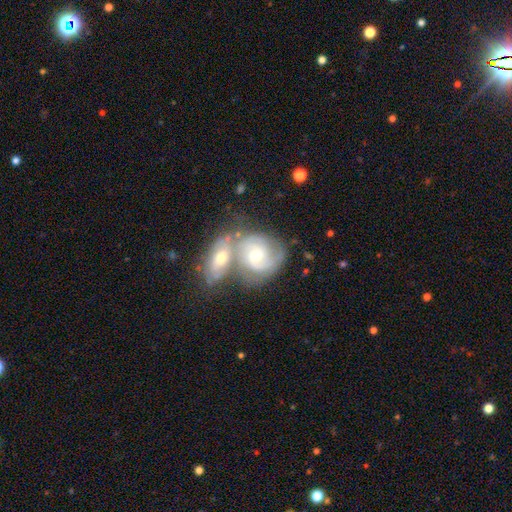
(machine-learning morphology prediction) smooth_or_featured: featured or disk (p=0.76) [alt: smooth p=0.17]
disk_edge_on: no (p=0.96) [alt: yes p=0.04]
bar: no (p=0.62) [alt: weak p=0.31]
has_spiral_arms: yes (p=0.91) [alt: no p=0.09]
spiral_winding: tight (p=0.56) [alt: medium p=0.35]
spiral_arm_count: 2 (p=0.54) [alt: can't tell p=0.25]
bulge_size: moderate (p=0.55) [alt: small p=0.41]
merging: merger (p=0.56) [alt: none p=0.29]